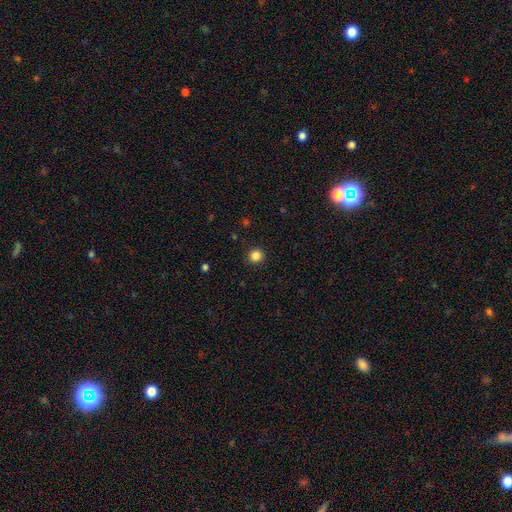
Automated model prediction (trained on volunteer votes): smooth-or-featured: smooth: 85% | star or artifact: 12% | featured or disk: 3%
  how-rounded: round: 93% | in between: 6% | cigar-shaped: 1%
  merging: none: 92% | minor disturbance: 5% | major disturbance: 2% | merger: 1%